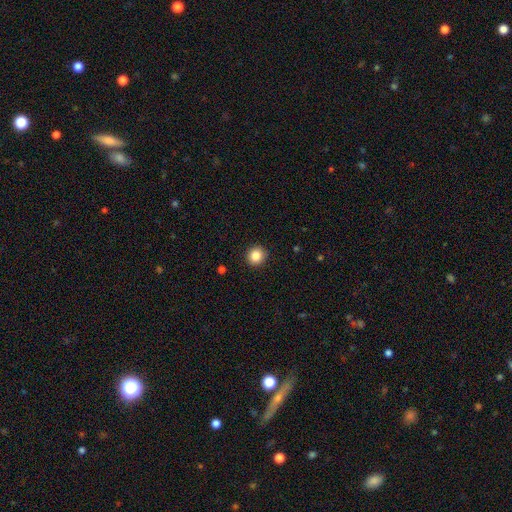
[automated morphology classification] A smooth galaxy with no disk features (86%) that is round (91%). Merging: none (92%).